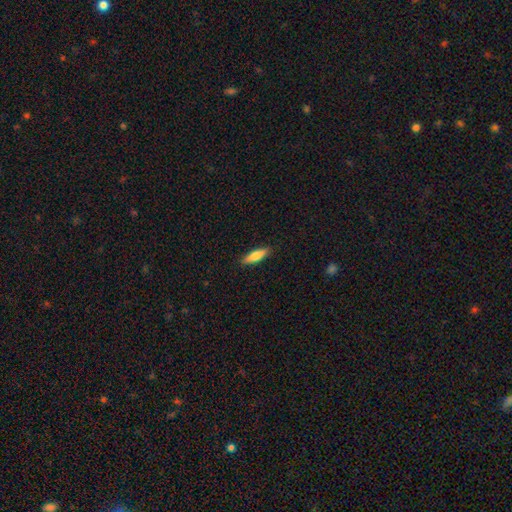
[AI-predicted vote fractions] A smooth galaxy with no disk features (73%) that is cigar-shaped (63%).

Vote fractions:
- Smooth or featured? smooth: 73% / featured or disk: 21% / star or artifact: 6%
- How rounded? cigar-shaped: 63% / in between: 35% / round: 2%
- Merging? none: 89% / minor disturbance: 9% / major disturbance: 2% / merger: 1%